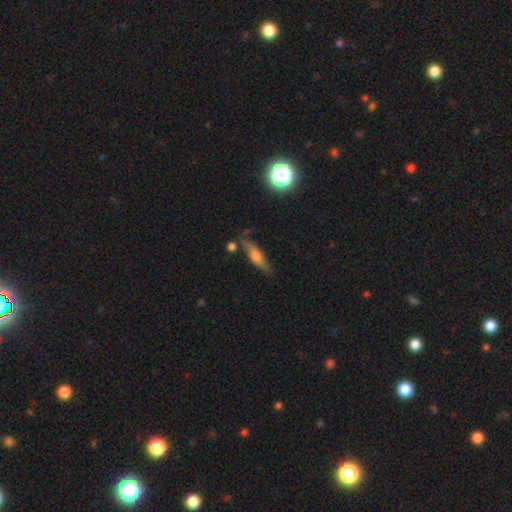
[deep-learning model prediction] This is possibly a smooth galaxy (52%). How rounded: likely cigar-shaped (71%). Merging: likely none (72%).